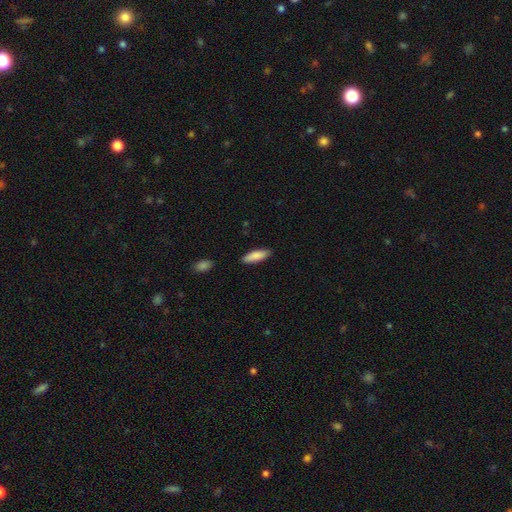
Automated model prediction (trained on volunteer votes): Smooth or featured?
  - smooth: 86% *
  - featured or disk: 8%
  - star or artifact: 6%
How rounded?
  - in between: 53% *
  - cigar-shaped: 45%
  - round: 1%
Merging?
  - none: 87% *
  - minor disturbance: 9%
  - major disturbance: 2%
  - merger: 2%